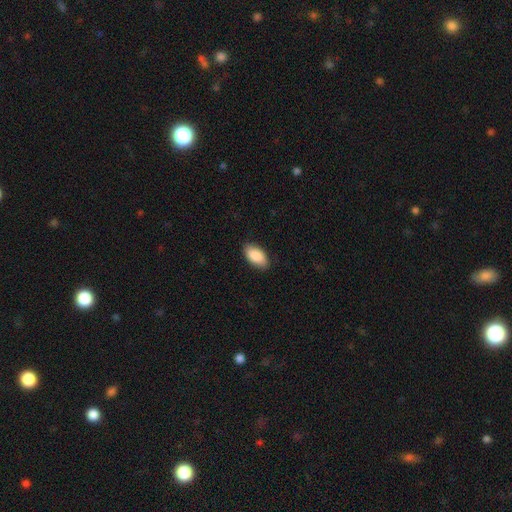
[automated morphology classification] smooth 89%, star or artifact 6%, featured or disk 5%. Down the decision tree: how rounded — in between (95%); merging — none (86%).